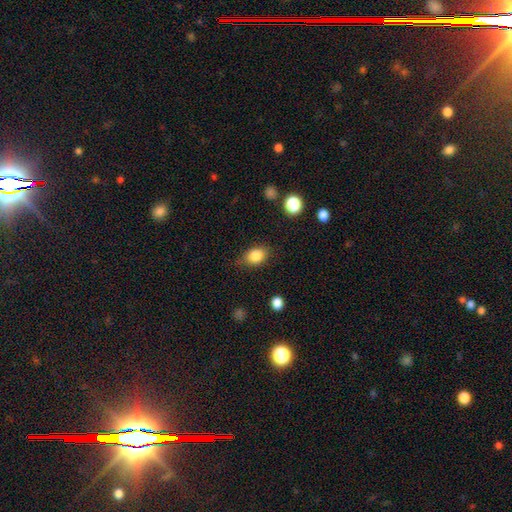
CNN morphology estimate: smooth 84%, star or artifact 9%, featured or disk 7%. Down the decision tree: how rounded — in between (72%); merging — none (74%).